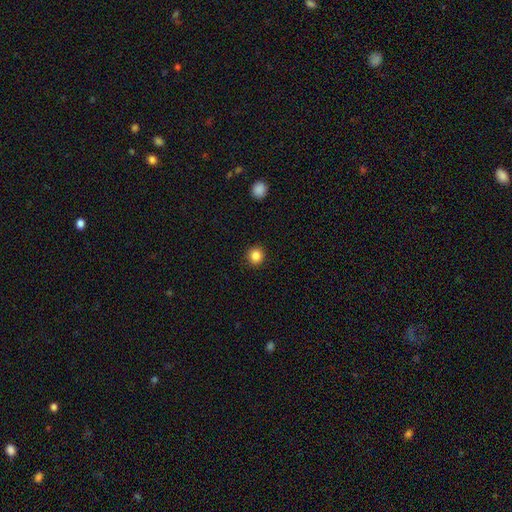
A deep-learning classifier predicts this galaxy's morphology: This appears to be a smooth galaxy with no disk features (86%) that is round (90%). Merging: none (92%).